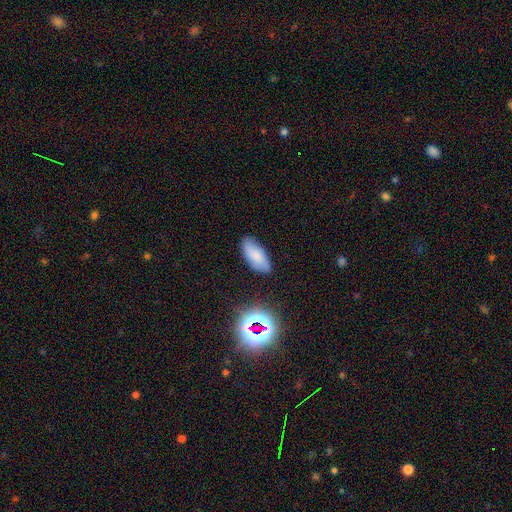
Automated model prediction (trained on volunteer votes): Smooth or featured? Predicted: smooth (p=0.76). How rounded? Predicted: in between (p=0.87). Merging? Predicted: none (p=0.80).